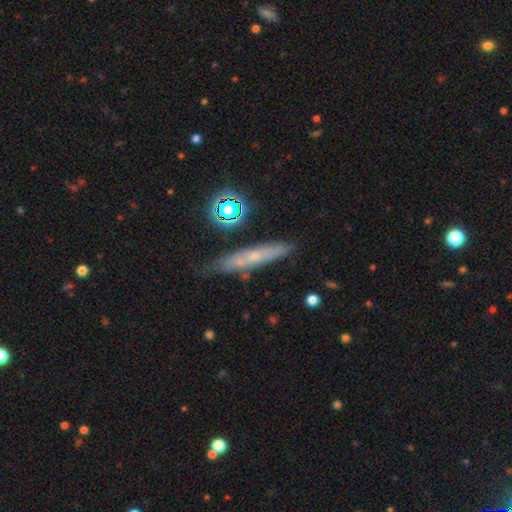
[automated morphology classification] Smooth or featured? Predicted: featured or disk (p=0.43, tied with smooth). Merging? Predicted: none (p=0.72).